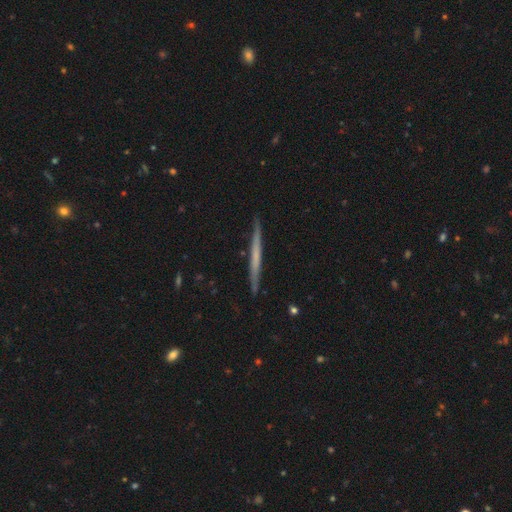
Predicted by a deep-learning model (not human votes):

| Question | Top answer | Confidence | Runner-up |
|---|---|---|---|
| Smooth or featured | featured or disk | 53% | smooth (42%) |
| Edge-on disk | yes | 97% | no (3%) |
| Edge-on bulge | none | 88% | rounded (7%) |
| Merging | none | 90% | minor disturbance (8%) |